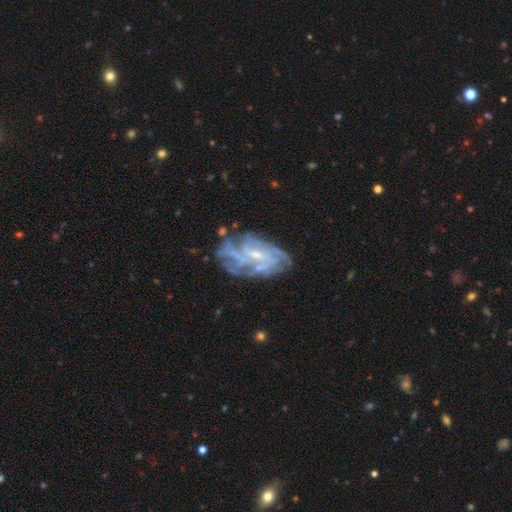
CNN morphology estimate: type=featured or disk (81%); edge-on=no (96%); bar=weak (44%, tied with no); spiral arms=yes (88%); winding=tight (50%); arm count=can't tell (38%); bulge=small (66%); merging=none (62%).